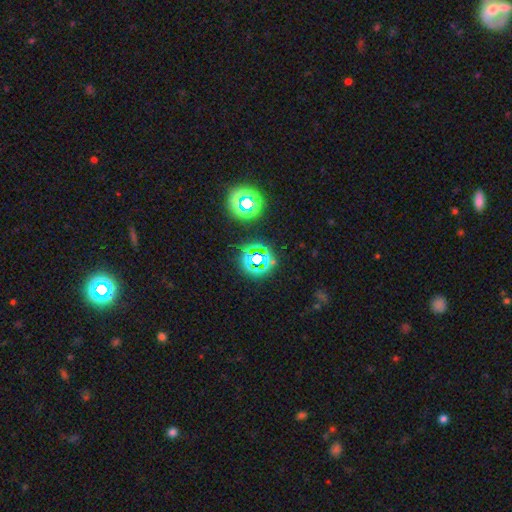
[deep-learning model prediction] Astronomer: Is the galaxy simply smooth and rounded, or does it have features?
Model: star or artifact — 68%.